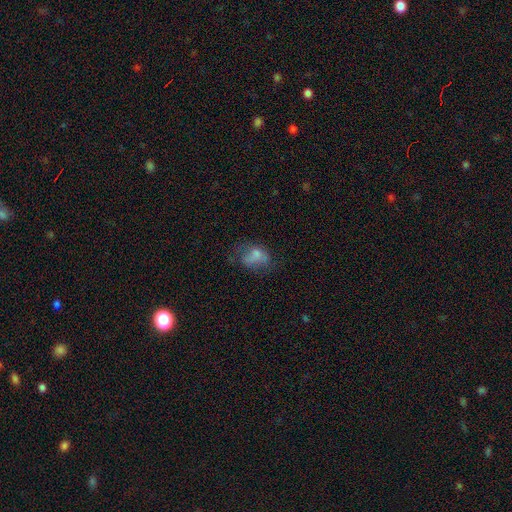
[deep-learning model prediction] smooth 64%, featured or disk 23%, star or artifact 13%. Down the decision tree: how rounded — in between (73%); merging — none (36%).